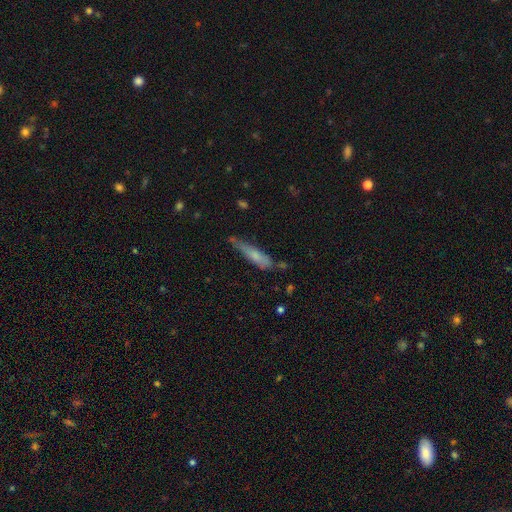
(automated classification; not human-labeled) smooth_or_featured: smooth (p=0.65) [alt: featured or disk p=0.28]
how_rounded: cigar-shaped (p=0.81) [alt: in between p=0.17]
merging: none (p=0.47) [alt: minor disturbance p=0.35]